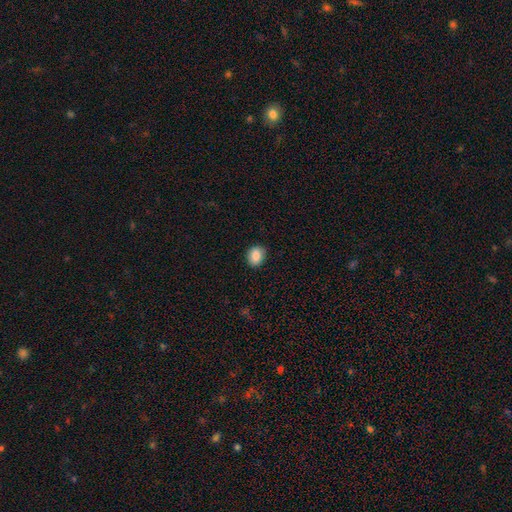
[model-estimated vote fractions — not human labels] The model was most divided on "how rounded": round: 52%, in between: 47%, cigar-shaped: 1%. More confident: merging — none (87%); smooth or featured — smooth (87%).